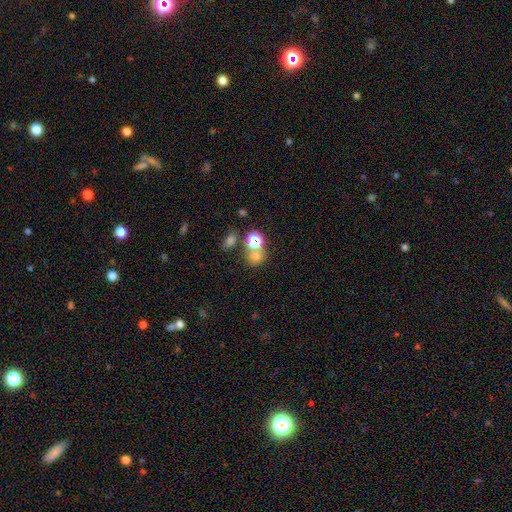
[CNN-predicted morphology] Overall: smooth (66%). How rounded: round (73%). Merging: none (52%; merger 34%).